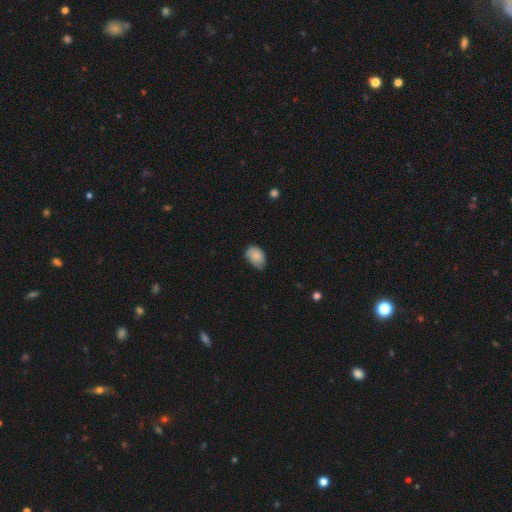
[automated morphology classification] Overall: smooth (75%). How rounded: in between (83%). Merging: none (54%; minor disturbance 37%).